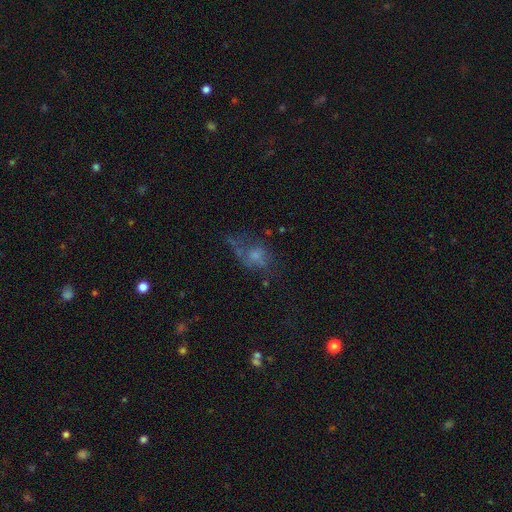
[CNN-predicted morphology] Overall: smooth (48%; featured or disk 33%). Merging: major disturbance (37%; none 33%).